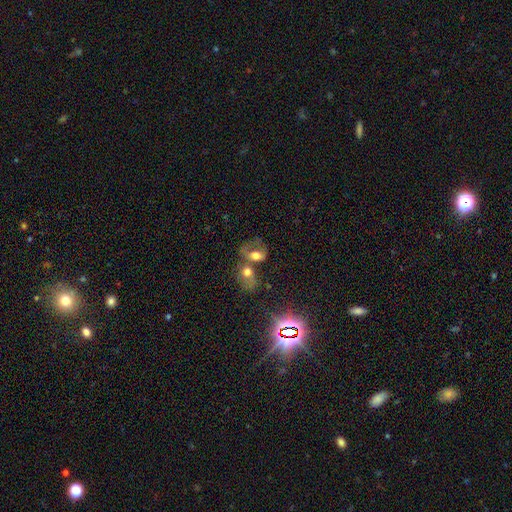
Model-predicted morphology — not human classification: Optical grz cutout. It shows a smooth galaxy with no disk features (55%) that is in between round and cigar-shaped (68%). Merging: merger (58%).